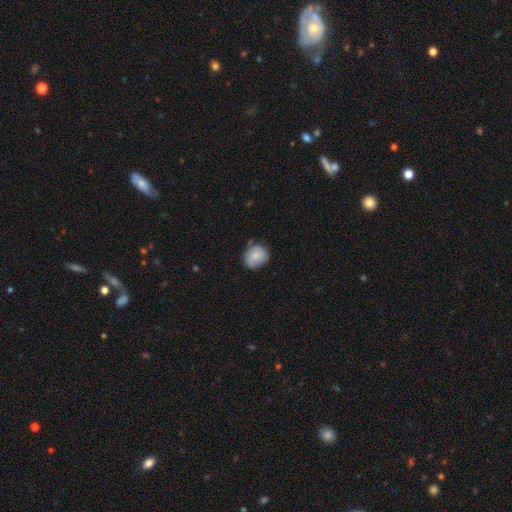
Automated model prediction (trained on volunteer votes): This appears to be a smooth galaxy with no disk features (77%) that is round (71%). Merging: none (65%).